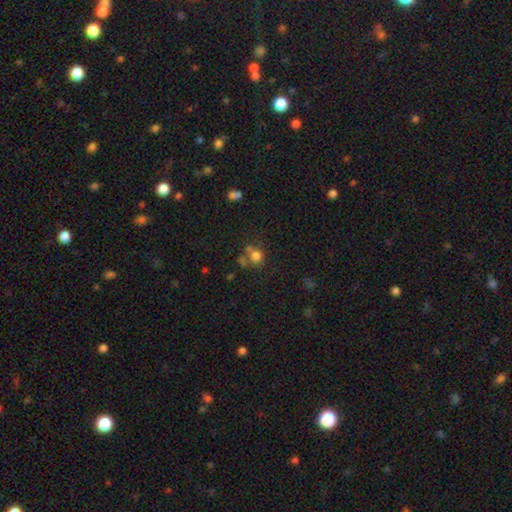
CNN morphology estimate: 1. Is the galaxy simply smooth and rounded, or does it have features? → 74% smooth, 15% star or artifact, 11% featured or disk.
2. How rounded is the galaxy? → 84% round, 16% in between, 1% cigar-shaped.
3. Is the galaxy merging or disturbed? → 53% none, 28% merger, 13% minor disturbance, 7% major disturbance.